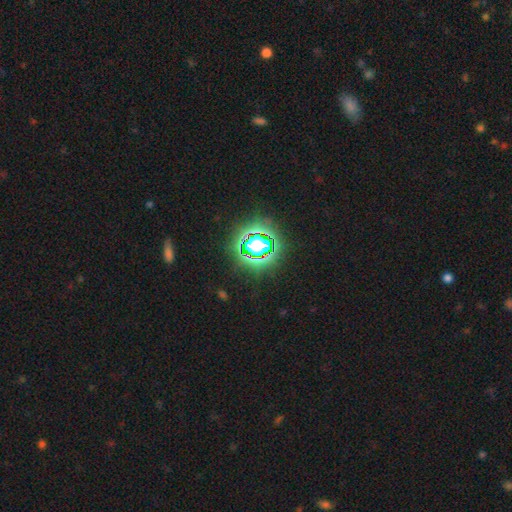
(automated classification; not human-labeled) star or artifact 83%, smooth 11%, featured or disk 6%.